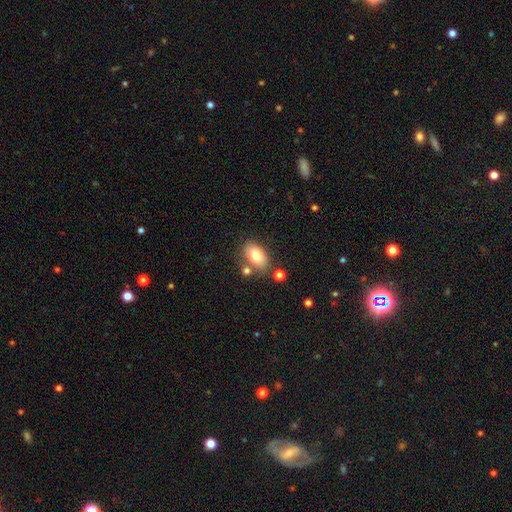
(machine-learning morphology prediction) Smooth or featured?
  - smooth: 79% *
  - featured or disk: 12%
  - star or artifact: 8%
How rounded?
  - in between: 89% *
  - round: 9%
  - cigar-shaped: 2%
Merging?
  - none: 68% *
  - minor disturbance: 14%
  - merger: 13%
  - major disturbance: 4%